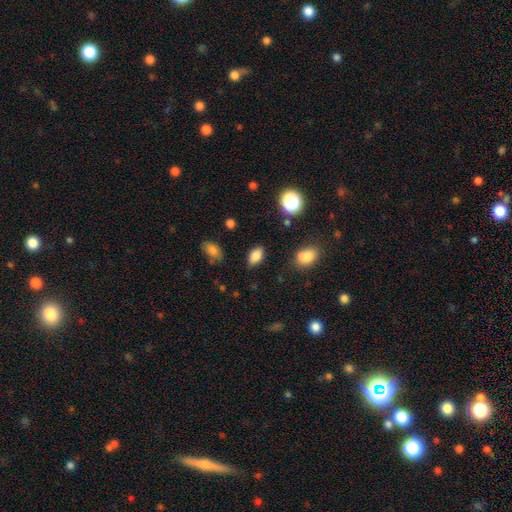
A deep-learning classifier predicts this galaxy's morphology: A smooth galaxy with no disk features (83%) that is in between round and cigar-shaped (90%). Merging: none (83%).